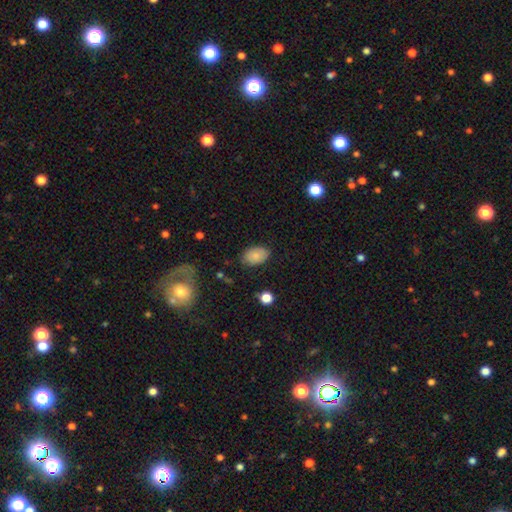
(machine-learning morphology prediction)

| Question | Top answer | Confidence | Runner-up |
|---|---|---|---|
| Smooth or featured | smooth | 82% | featured or disk (9%) |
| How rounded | in between | 86% | round (13%) |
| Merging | none | 80% | minor disturbance (15%) |